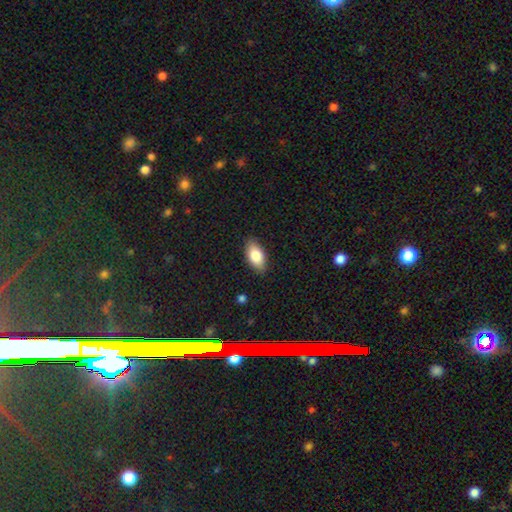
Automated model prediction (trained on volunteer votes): This appears to be a smooth galaxy with no disk features (82%) that is in between round and cigar-shaped (91%). Merging: none (87%).